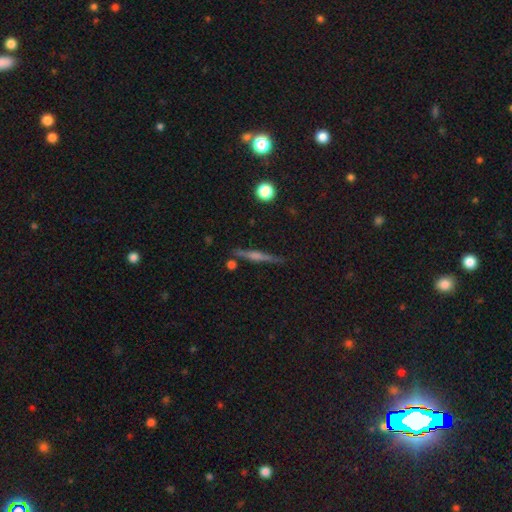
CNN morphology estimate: Smooth or featured: featured or disk — 67% (smooth — 24%)
Edge-on disk: yes — 97% (no — 3%)
Edge-on bulge: rounded — 67% (none — 18%)
Merging: none — 86% (minor disturbance — 9%)